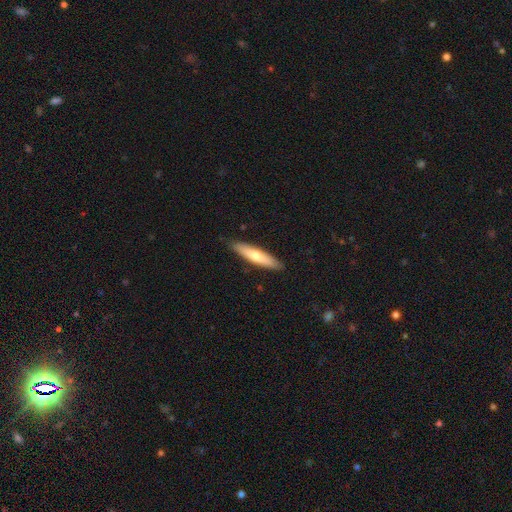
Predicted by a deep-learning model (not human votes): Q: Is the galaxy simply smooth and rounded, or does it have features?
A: smooth — 64%.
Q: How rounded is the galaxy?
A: cigar-shaped — 84%.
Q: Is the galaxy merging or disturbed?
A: none — 89%.